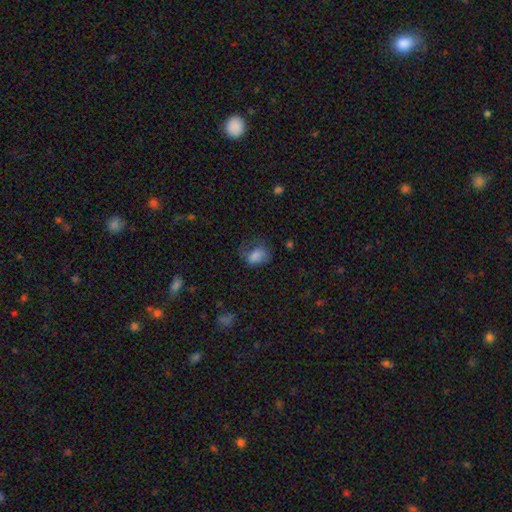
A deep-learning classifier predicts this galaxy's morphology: type=smooth (77%); roundness=in between (73%); merging=none (36%).